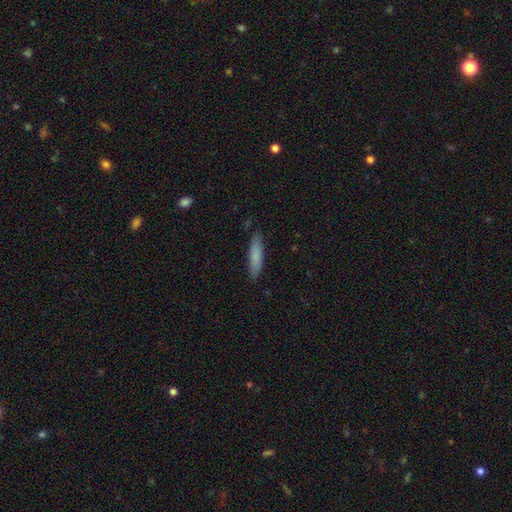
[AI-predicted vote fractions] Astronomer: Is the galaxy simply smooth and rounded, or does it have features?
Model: smooth — 81%.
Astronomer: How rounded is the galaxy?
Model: cigar-shaped — 76%.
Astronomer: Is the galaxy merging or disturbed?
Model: none — 86%.